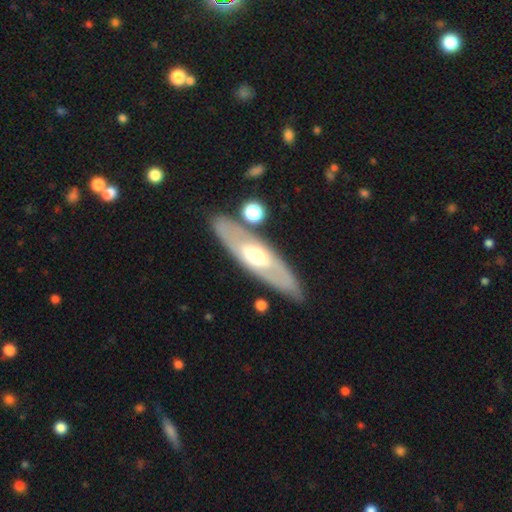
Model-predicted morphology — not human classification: smooth-or-featured: featured or disk: 60% | smooth: 35% | star or artifact: 5%
  disk-edge-on: no: 57% | yes: 43%
  merging: none: 80% | minor disturbance: 12% | merger: 5% | major disturbance: 4%